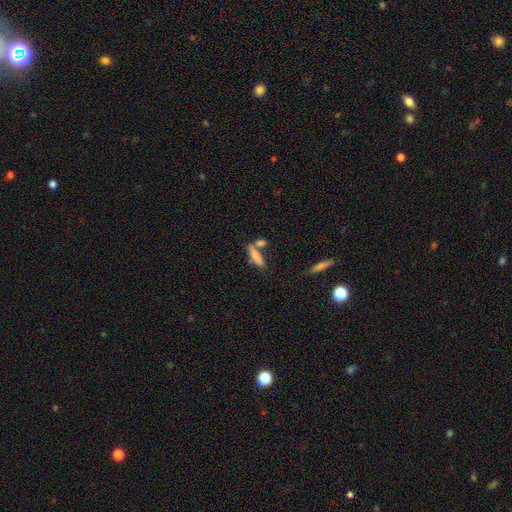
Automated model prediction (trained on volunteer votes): This appears to be a smooth galaxy with no disk features (75%) that is cigar-shaped (62%). Merging: none (47%).